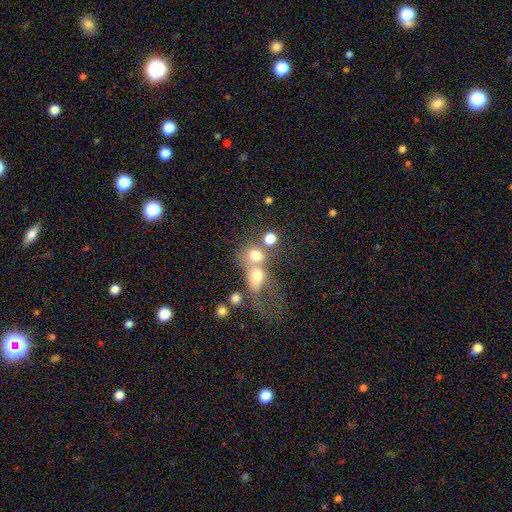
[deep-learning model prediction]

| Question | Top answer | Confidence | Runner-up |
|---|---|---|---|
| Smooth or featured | smooth | 67% | featured or disk (19%) |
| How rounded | round | 59% | in between (39%) |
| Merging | merger | 60% | none (21%) |